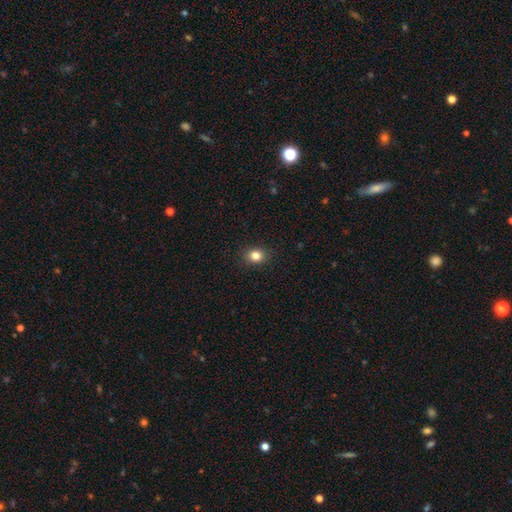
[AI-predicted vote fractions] smooth_or_featured: smooth (p=0.83) [alt: star or artifact p=0.11]
how_rounded: round (p=0.58) [alt: in between p=0.41]
merging: none (p=0.89) [alt: minor disturbance p=0.08]